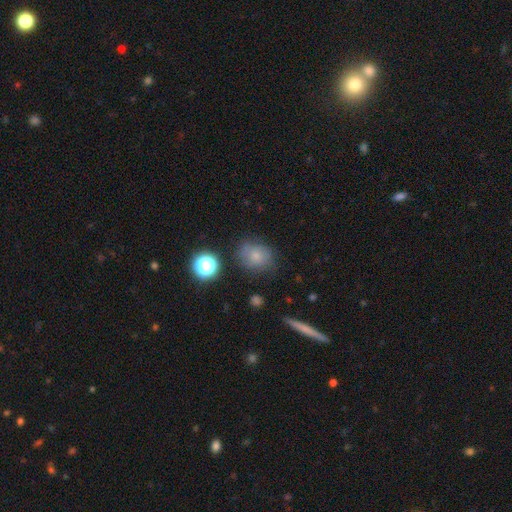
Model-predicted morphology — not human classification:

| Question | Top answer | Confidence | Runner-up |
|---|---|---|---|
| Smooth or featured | smooth | 75% | star or artifact (14%) |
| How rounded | round | 64% | in between (35%) |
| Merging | none | 71% | minor disturbance (20%) |